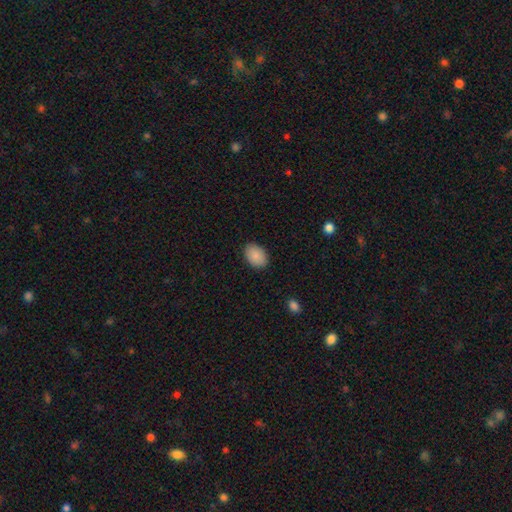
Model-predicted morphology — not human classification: Overall: smooth (87%). How rounded: in between (82%). Merging: none (88%).